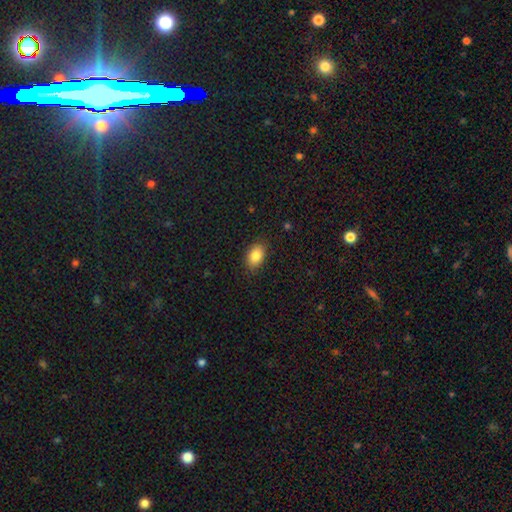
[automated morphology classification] This appears to be a smooth galaxy with no disk features (86%) that is in between round and cigar-shaped (86%). Merging: none (85%).